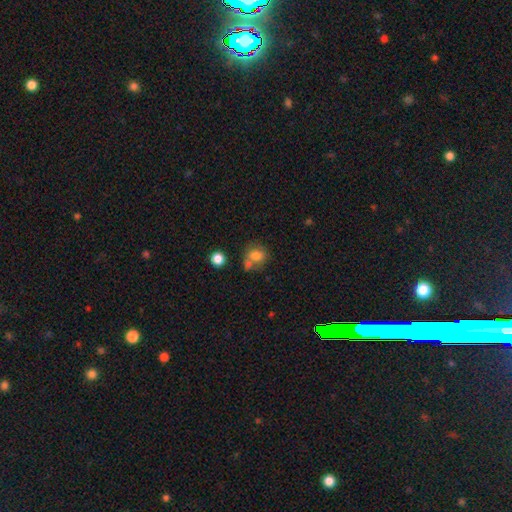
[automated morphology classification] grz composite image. It shows a smooth galaxy with no disk features (75%) that is round (72%). Merging: none (49%).